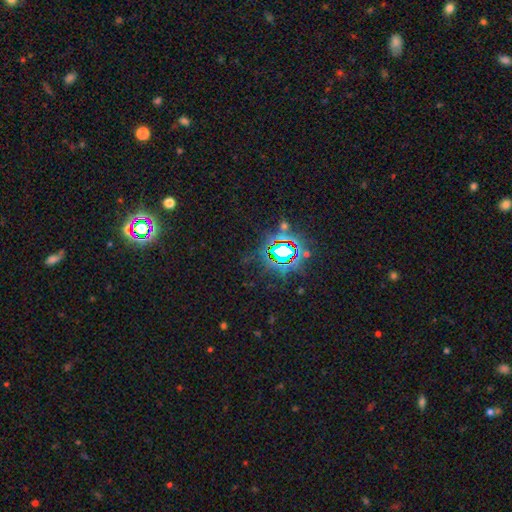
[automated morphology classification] star or artifact 80%, smooth 12%, featured or disk 8%.